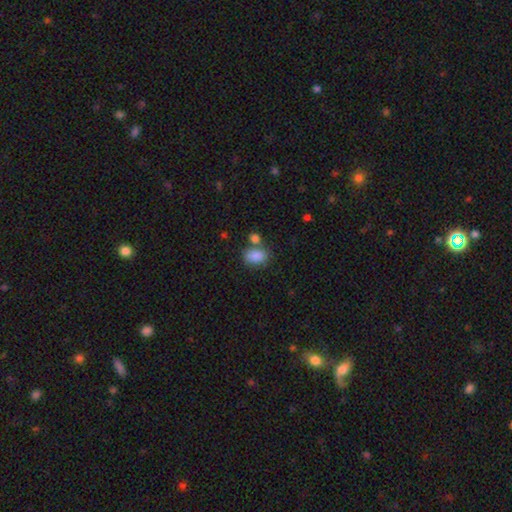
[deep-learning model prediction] Morphology: type=smooth (87%); roundness=in between (83%); merging=none (57%).